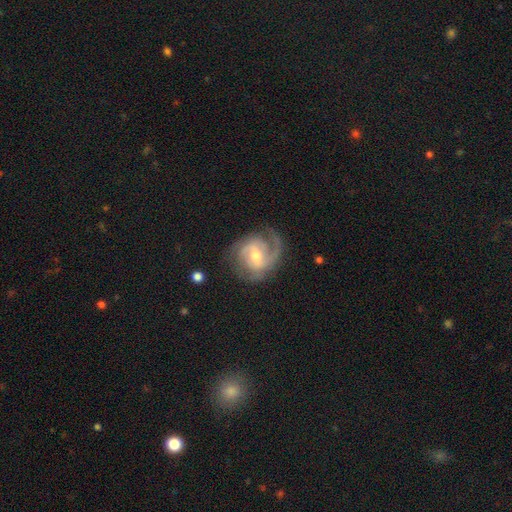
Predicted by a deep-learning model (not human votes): Smooth or featured?
  - featured or disk: 85% *
  - smooth: 10%
  - star or artifact: 5%
Edge-on disk?
  - no: 98% *
  - yes: 2%
Bar?
  - weak: 52% *
  - no: 31%
  - strong: 17%
Spiral arms?
  - yes: 96% *
  - no: 4%
Spiral winding?
  - medium: 46% *
  - tight: 39%
  - loose: 15%
Spiral arm count?
  - 2: 55% *
  - 1: 15%
  - 3: 14%
  - can't tell: 11%
  - 4: 3%
  - more than 4: 2%
Bulge size?
  - moderate: 63% *
  - small: 31%
  - large: 4%
  - none: 1%
  - dominant: 1%
Merging?
  - none: 68% *
  - minor disturbance: 19%
  - major disturbance: 11%
  - merger: 2%